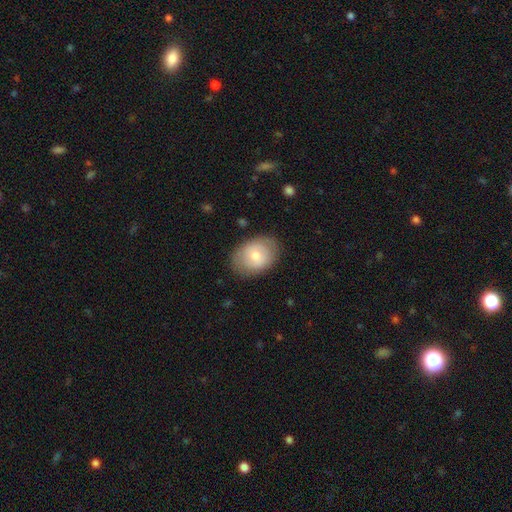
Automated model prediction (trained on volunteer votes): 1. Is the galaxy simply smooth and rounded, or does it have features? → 69% smooth, 24% featured or disk, 7% star or artifact.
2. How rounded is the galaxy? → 70% in between, 30% round, 1% cigar-shaped.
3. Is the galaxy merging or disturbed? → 80% none, 15% minor disturbance, 4% major disturbance, 1% merger.